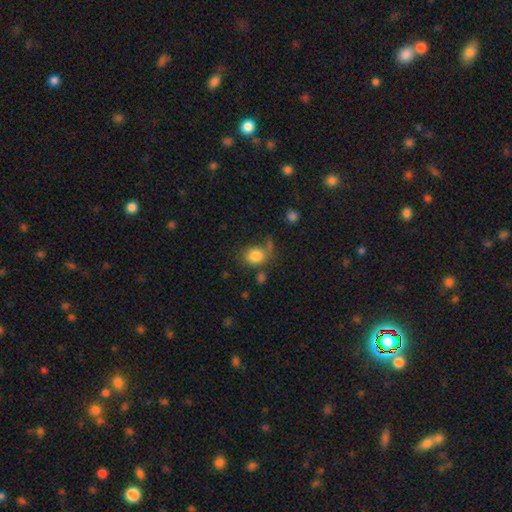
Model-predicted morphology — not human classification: Overall: smooth (81%). How rounded: round (62%; in between 37%). Merging: none (53%; minor disturbance 21%).